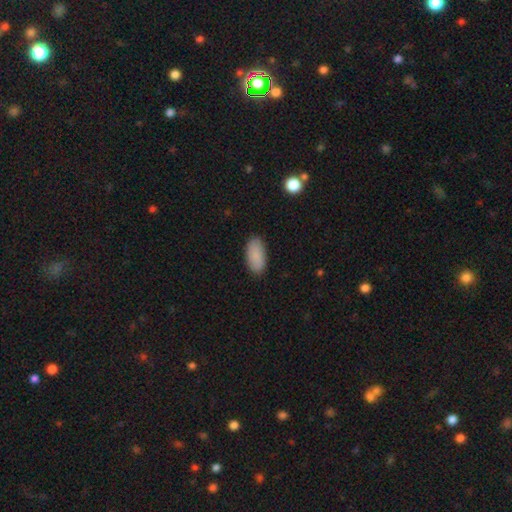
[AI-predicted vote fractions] Smooth or featured?
  - smooth: 89% *
  - star or artifact: 7%
  - featured or disk: 5%
How rounded?
  - in between: 92% *
  - cigar-shaped: 6%
  - round: 2%
Merging?
  - none: 88% *
  - minor disturbance: 9%
  - major disturbance: 2%
  - merger: 1%